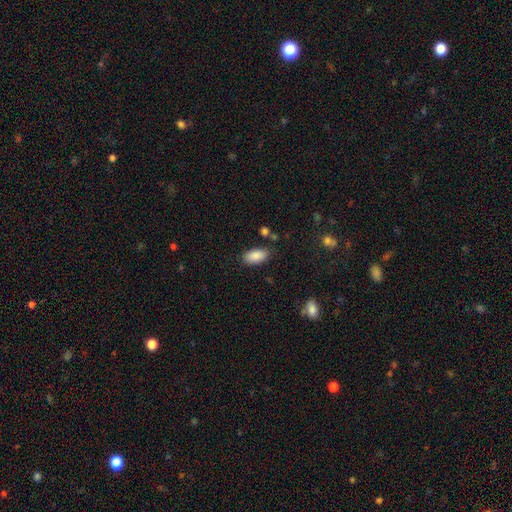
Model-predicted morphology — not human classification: This is clearly a smooth galaxy (88%). How rounded: clearly in between (92%). Merging: clearly none (82%).